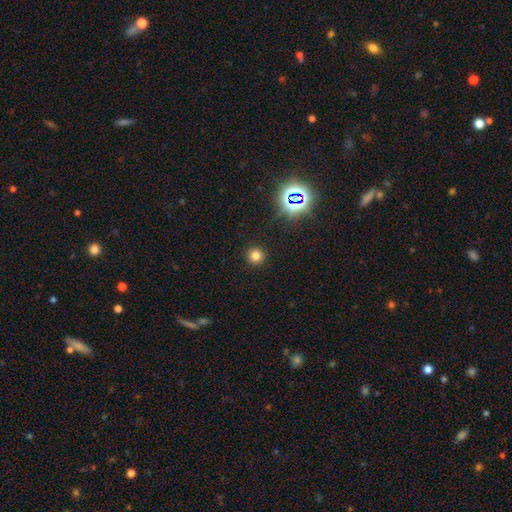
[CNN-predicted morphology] Smooth or featured? Predicted: smooth (p=0.75). How rounded? Predicted: round (p=0.95). Merging? Predicted: none (p=0.92).